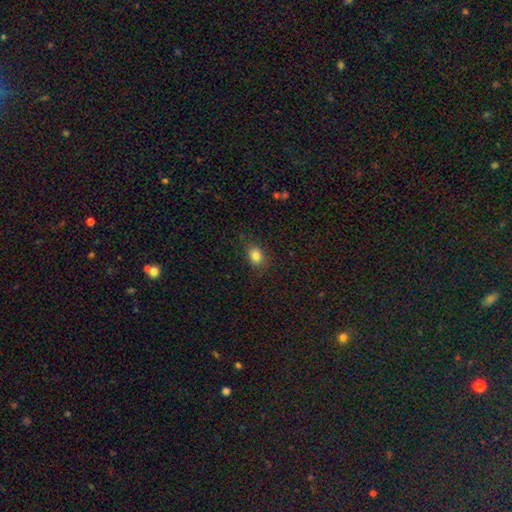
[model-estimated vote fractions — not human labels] Smooth or featured? smooth (82%)
How rounded? in between (59%)
Merging? none (82%)